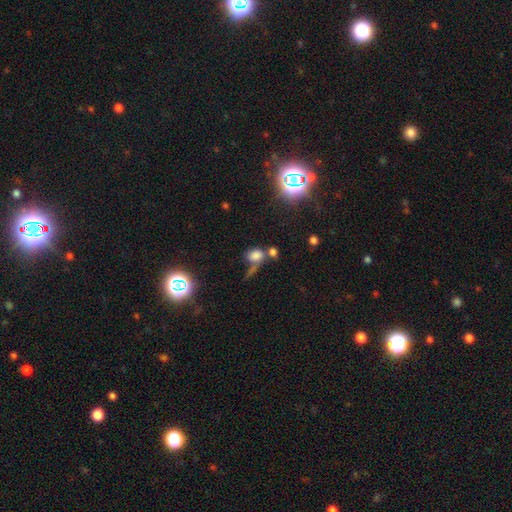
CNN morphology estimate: Overall: smooth (67%). How rounded: in between (56%; round 41%). Merging: merger (38%; none 30%).